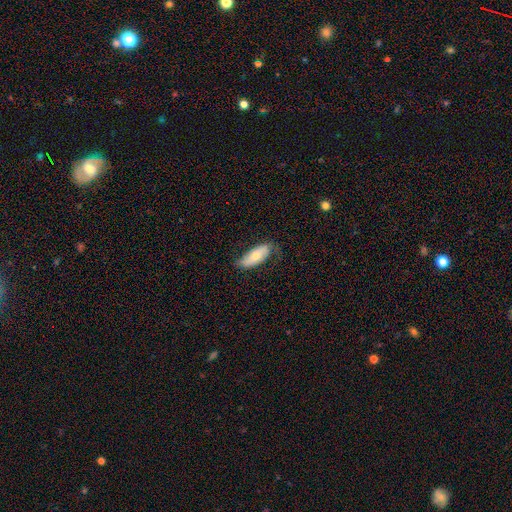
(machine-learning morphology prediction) type=smooth (57%); roundness=in between (79%); merging=none (67%).